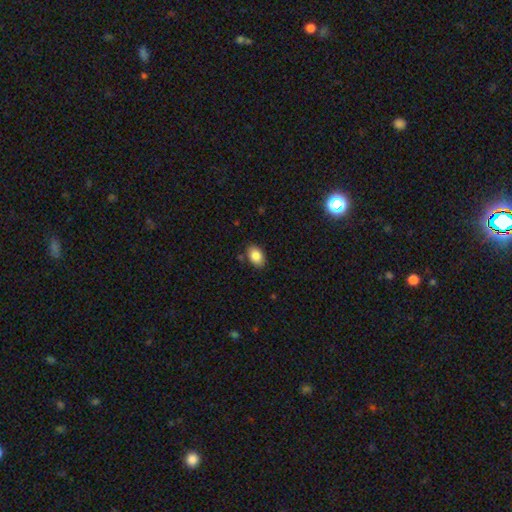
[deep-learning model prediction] This appears to be a smooth galaxy with no disk features (85%) that is in between round and cigar-shaped (85%). Merging: none (84%).